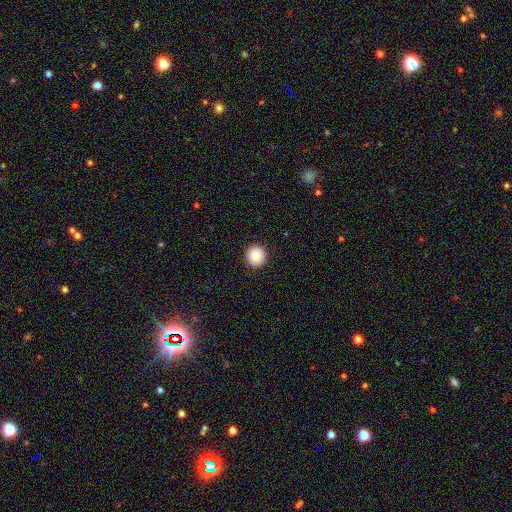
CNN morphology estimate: Smooth or featured?
  - smooth: 85% *
  - star or artifact: 9%
  - featured or disk: 6%
How rounded?
  - round: 93% *
  - in between: 6%
  - cigar-shaped: 1%
Merging?
  - none: 93% *
  - minor disturbance: 5%
  - major disturbance: 1%
  - merger: 1%